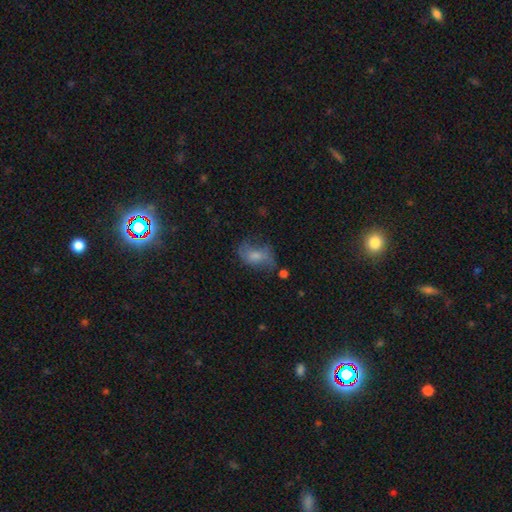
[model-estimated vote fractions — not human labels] This is possibly a smooth galaxy (55%). How rounded: clearly in between (84%). Merging: marginally none (41%).